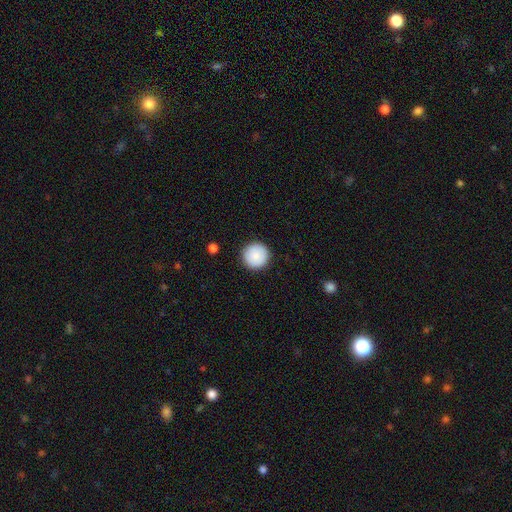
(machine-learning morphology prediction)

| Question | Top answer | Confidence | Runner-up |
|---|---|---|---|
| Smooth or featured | smooth | 87% | star or artifact (7%) |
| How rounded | round | 97% | in between (2%) |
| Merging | none | 92% | minor disturbance (5%) |